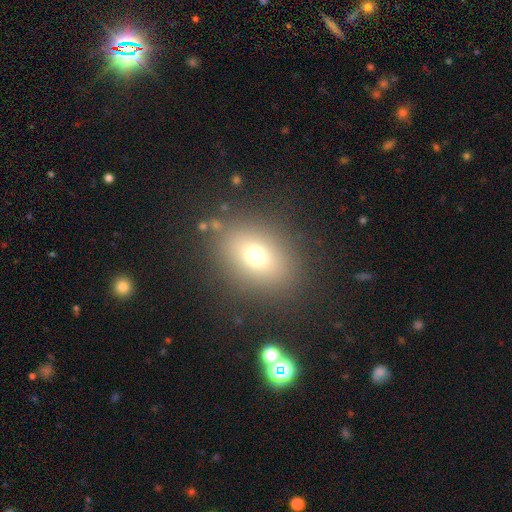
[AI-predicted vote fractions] Smooth or featured? Predicted: smooth (p=0.70). How rounded? Predicted: in between (p=0.58). Merging? Predicted: none (p=0.83).